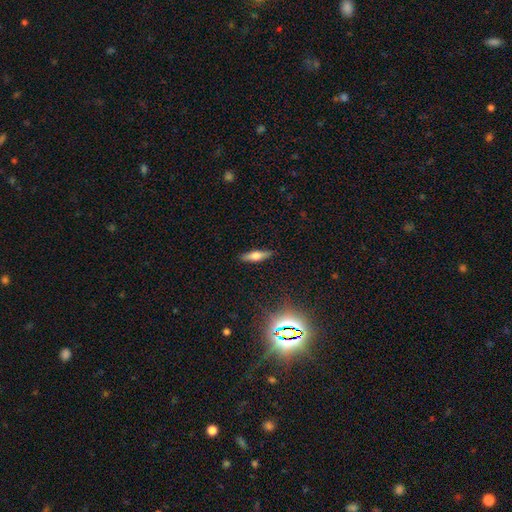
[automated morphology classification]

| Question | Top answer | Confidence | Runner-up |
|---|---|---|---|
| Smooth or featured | smooth | 55% | featured or disk (35%) |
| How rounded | cigar-shaped | 61% | in between (36%) |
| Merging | none | 88% | minor disturbance (9%) |